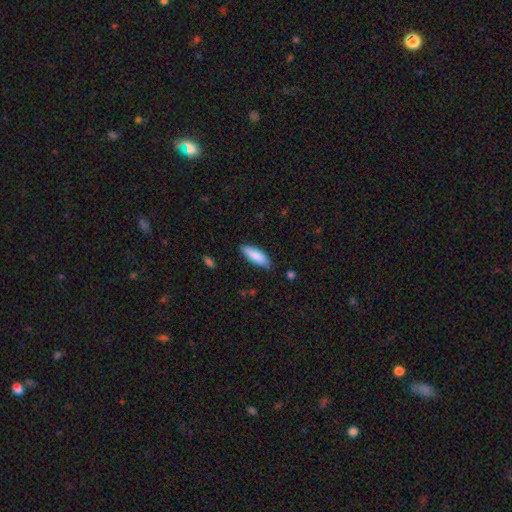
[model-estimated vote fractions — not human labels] Smooth or featured? smooth (86%)
How rounded? in between (55%)
Merging? none (81%)